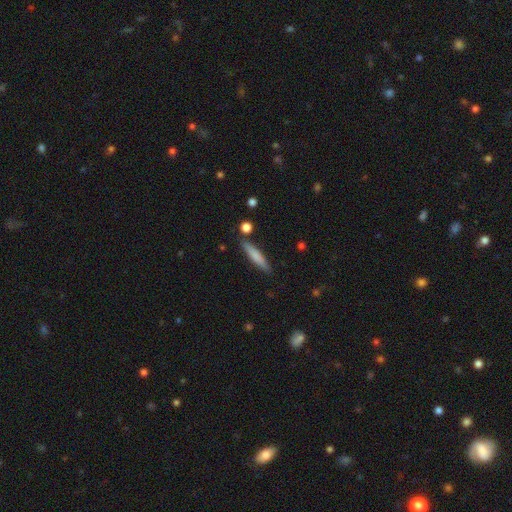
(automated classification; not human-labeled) A smooth galaxy with no disk features (70%) that is cigar-shaped (88%).

Vote fractions:
- Smooth or featured? smooth: 70% / featured or disk: 24% / star or artifact: 6%
- How rounded? cigar-shaped: 88% / in between: 10% / round: 2%
- Merging? none: 84% / minor disturbance: 10% / merger: 4% / major disturbance: 2%